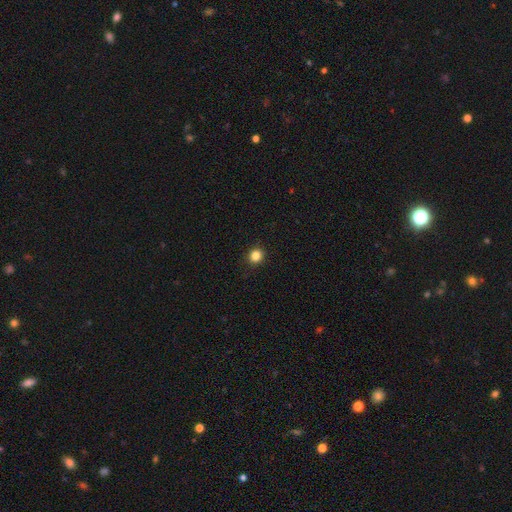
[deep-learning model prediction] This is clearly a smooth galaxy (84%). How rounded: clearly round (88%). Merging: clearly none (91%).